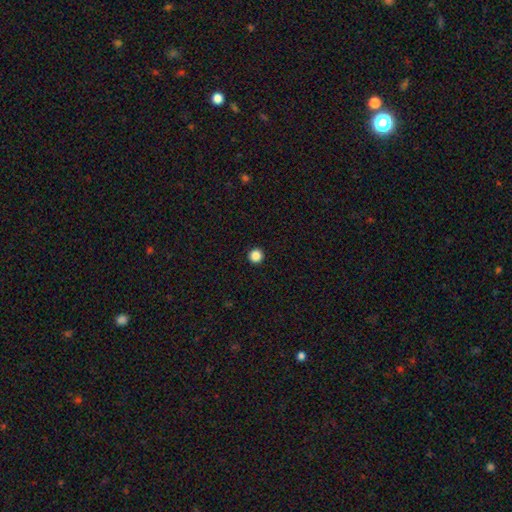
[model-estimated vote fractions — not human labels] Smooth or featured? Predicted: smooth (p=0.86). How rounded? Predicted: round (p=0.96). Merging? Predicted: none (p=0.94).